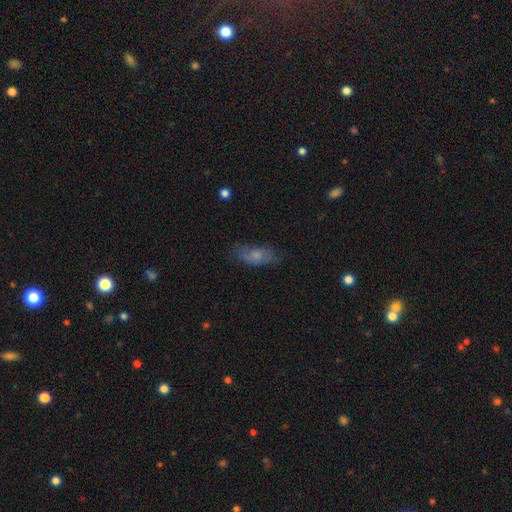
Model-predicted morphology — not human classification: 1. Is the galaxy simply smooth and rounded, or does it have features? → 64% smooth, 27% featured or disk, 9% star or artifact.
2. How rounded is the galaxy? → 81% in between, 15% cigar-shaped, 4% round.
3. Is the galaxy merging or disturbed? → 68% none, 23% minor disturbance, 8% major disturbance, 2% merger.